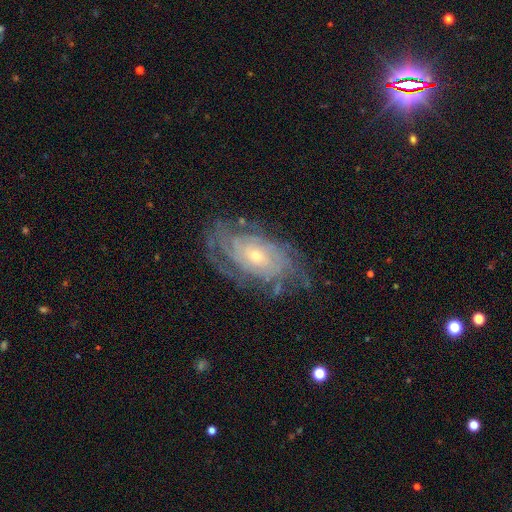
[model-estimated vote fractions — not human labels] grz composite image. It shows a featured or disk galaxy (83%) with no bar (76%), tight (74%) spiral arms (92%) and a small central bulge (68%). Merging: none (71%).